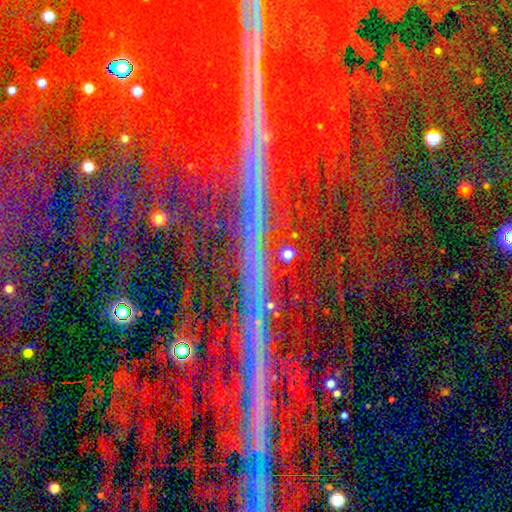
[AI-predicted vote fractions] This appears to be a star or artifact, not a galaxy (88%).